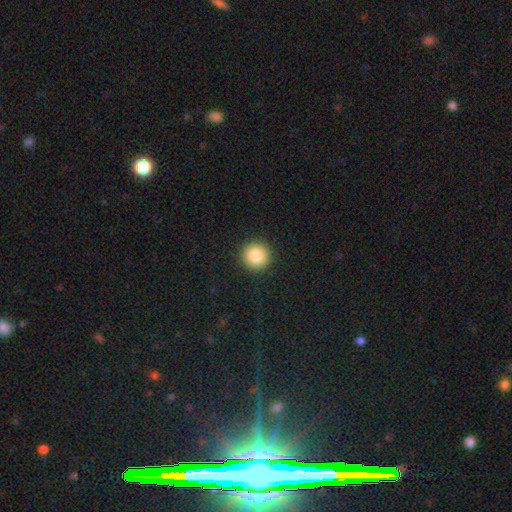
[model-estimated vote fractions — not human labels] This appears to be a smooth galaxy with no disk features (84%) that is round (95%). Merging: none (93%).